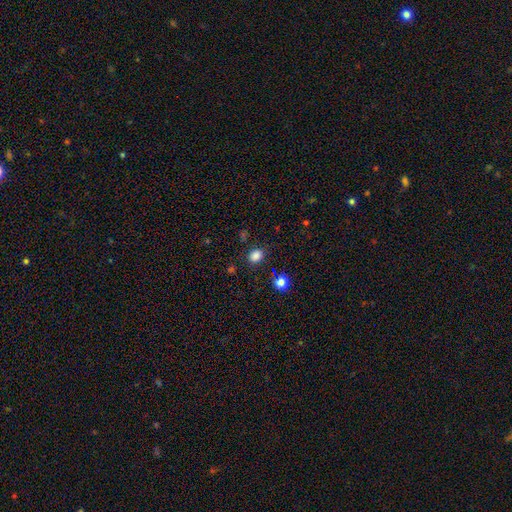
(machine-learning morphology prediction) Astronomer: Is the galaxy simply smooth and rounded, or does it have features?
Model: smooth — 82%.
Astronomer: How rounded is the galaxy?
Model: in between — 50% (runner-up: round, 49%).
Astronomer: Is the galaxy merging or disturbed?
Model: none — 83%.